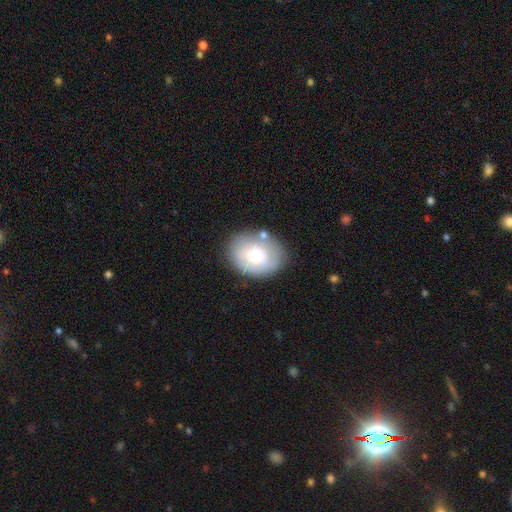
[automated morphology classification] This is likely a smooth galaxy (60%). How rounded: possibly in between (55%). Merging: likely none (68%).